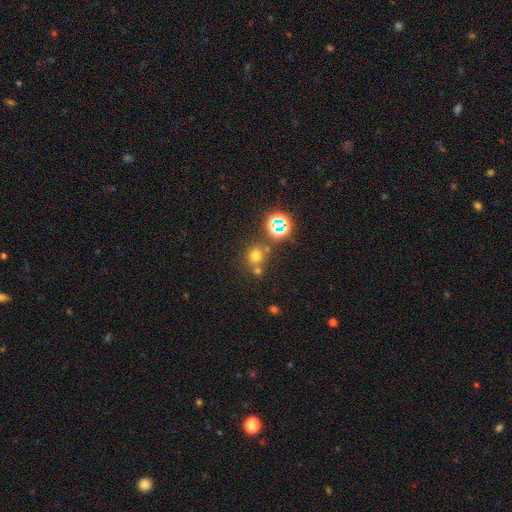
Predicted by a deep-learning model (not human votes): Smooth or featured? smooth (63%)
How rounded? round (85%)
Merging? none (64%)